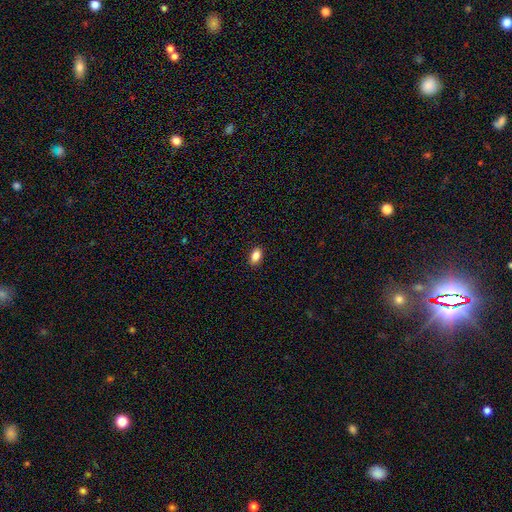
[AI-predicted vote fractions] smooth_or_featured: smooth (p=0.85) [alt: star or artifact p=0.09]
how_rounded: in between (p=0.86) [alt: round p=0.12]
merging: none (p=0.90) [alt: minor disturbance p=0.07]